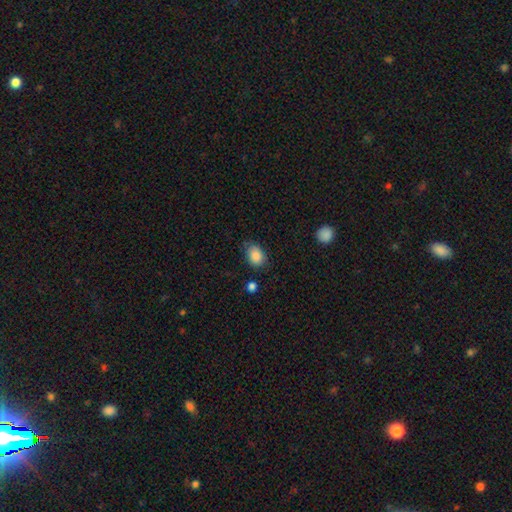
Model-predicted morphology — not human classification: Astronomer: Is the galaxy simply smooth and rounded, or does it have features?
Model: smooth — 86%.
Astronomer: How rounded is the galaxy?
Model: in between — 69%.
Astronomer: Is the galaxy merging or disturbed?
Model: none — 69%.